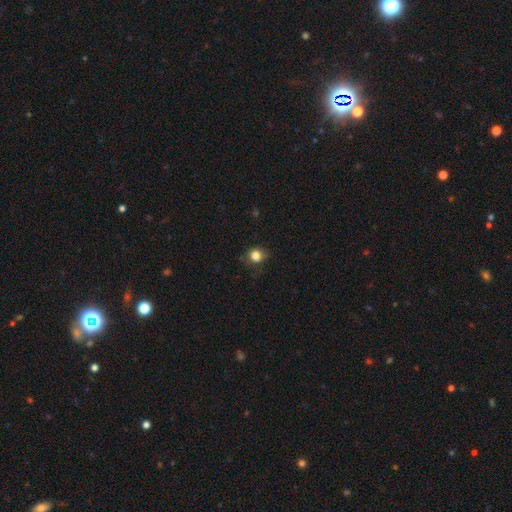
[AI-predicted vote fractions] Q: Smooth or featured?
A: smooth (82%); runner-up: star or artifact (12%)
Q: How rounded?
A: round (79%); runner-up: in between (20%)
Q: Merging?
A: none (73%); runner-up: minor disturbance (20%)